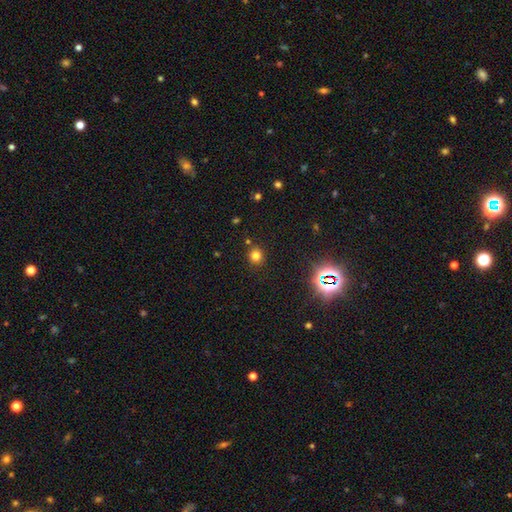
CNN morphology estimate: Smooth or featured? Predicted: smooth (p=0.76). How rounded? Predicted: round (p=0.89). Merging? Predicted: none (p=0.86).